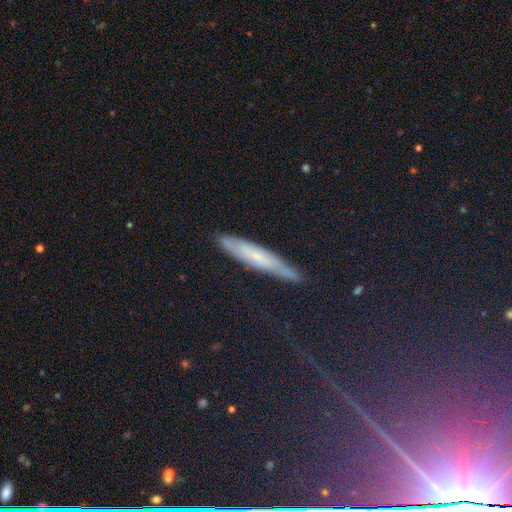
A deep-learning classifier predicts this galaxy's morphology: type=featured or disk (41%); merging=none (82%).